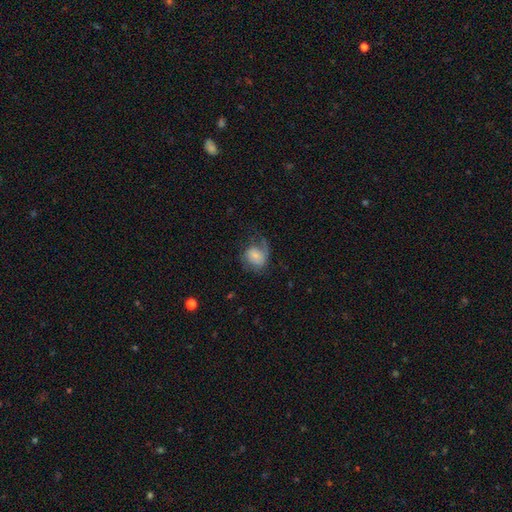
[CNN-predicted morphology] Q: Smooth or featured?
A: smooth (51%); runner-up: featured or disk (40%)
Q: How rounded?
A: round (50%); runner-up: in between (48%)
Q: Merging?
A: none (39%); runner-up: major disturbance (35%)